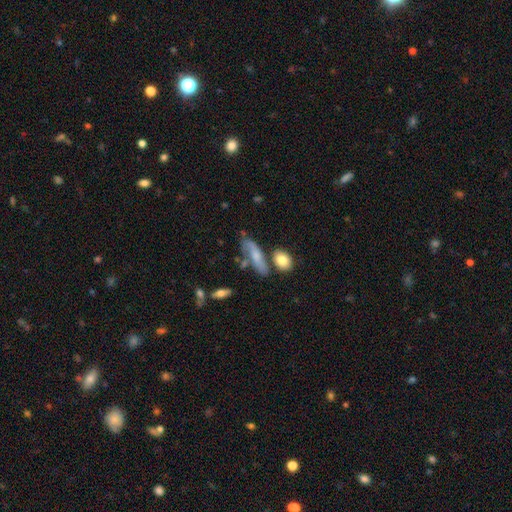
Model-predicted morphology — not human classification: Smooth or featured: smooth — 57% (featured or disk — 35%)
How rounded: in between — 50% (cigar-shaped — 44%)
Merging: none — 52% (minor disturbance — 23%)